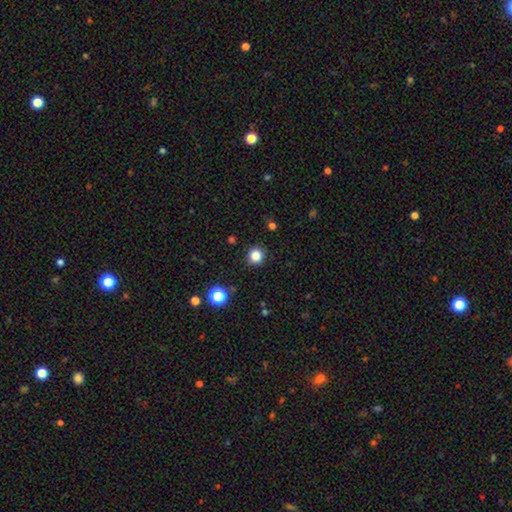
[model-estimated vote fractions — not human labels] This appears to be a smooth galaxy with no disk features (84%) that is round (91%). Merging: none (90%).